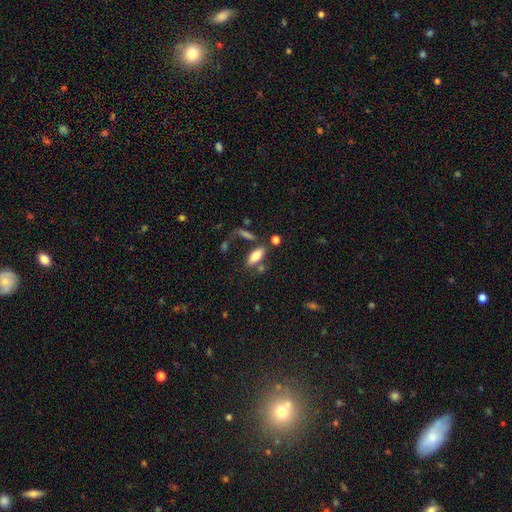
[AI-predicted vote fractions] smooth-or-featured: smooth: 76% | featured or disk: 16% | star or artifact: 8%
  how-rounded: in between: 79% | cigar-shaped: 18% | round: 3%
  merging: none: 64% | minor disturbance: 15% | merger: 14% | major disturbance: 7%